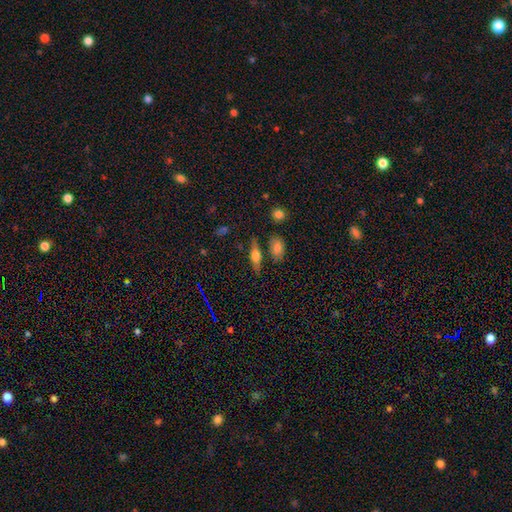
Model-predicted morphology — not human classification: type=featured or disk (52%); edge-on=yes (92%); merging=none (79%).